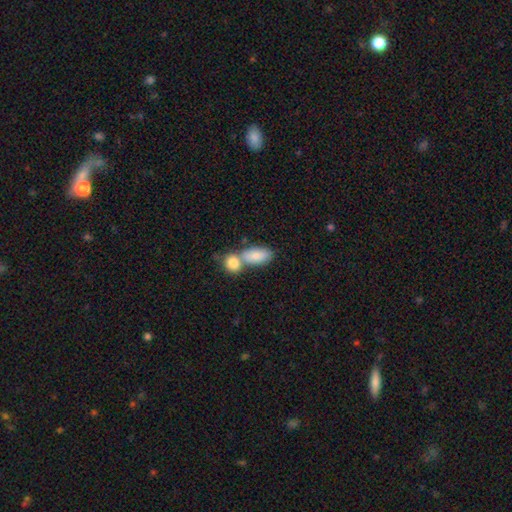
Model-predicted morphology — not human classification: Smooth or featured? Predicted: smooth (p=0.84). How rounded? Predicted: in between (p=0.88). Merging? Predicted: merger (p=0.53).